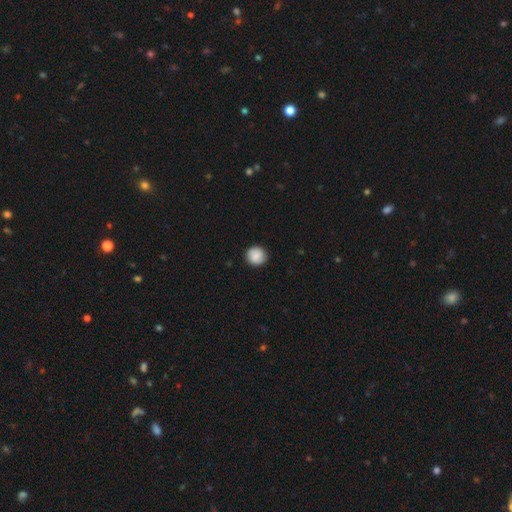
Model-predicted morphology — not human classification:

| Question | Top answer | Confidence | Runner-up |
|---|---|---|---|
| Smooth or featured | smooth | 81% | featured or disk (11%) |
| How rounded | round | 90% | in between (9%) |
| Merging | none | 88% | minor disturbance (9%) |